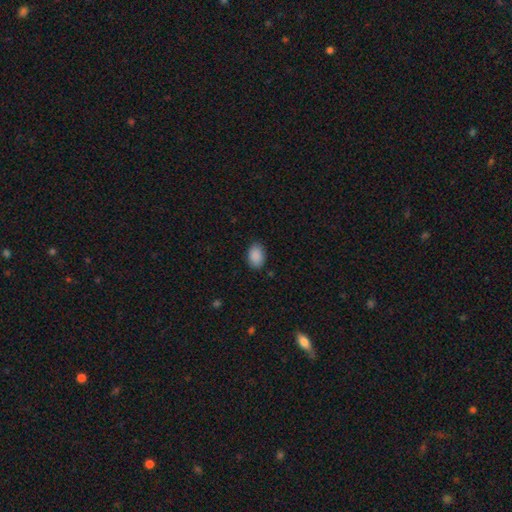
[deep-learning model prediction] The model was most divided on "how rounded": in between: 85%, round: 14%, cigar-shaped: 1%. More confident: smooth or featured — smooth (90%); merging — none (84%).